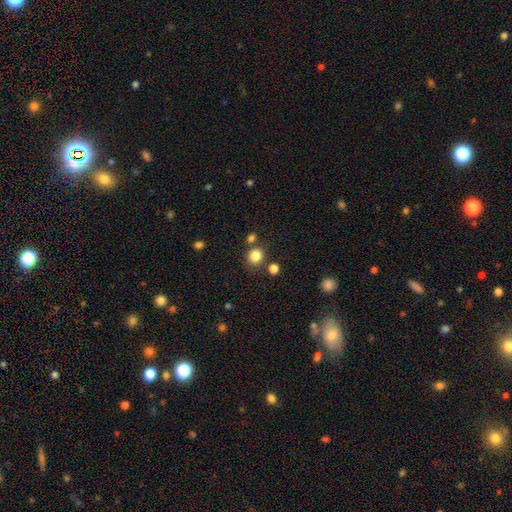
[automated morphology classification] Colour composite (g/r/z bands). It shows a smooth galaxy with no disk features (83%) that is round (76%). Merging: none (75%).